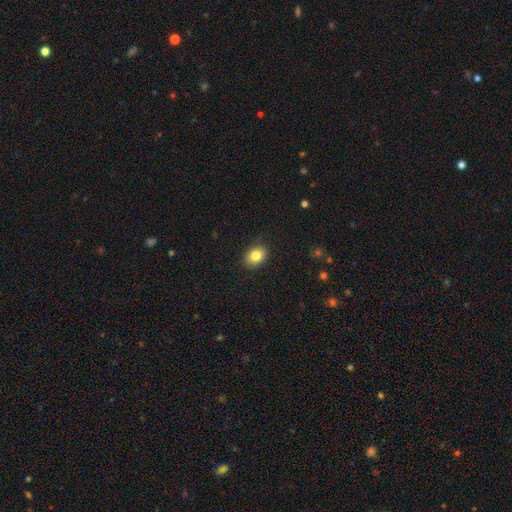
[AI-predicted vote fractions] Overall: smooth (83%). How rounded: in between (68%; round 31%). Merging: none (86%).